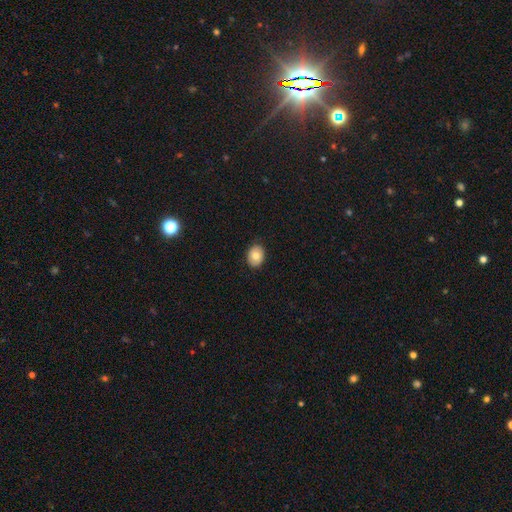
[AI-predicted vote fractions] Morphology: type=smooth (76%); roundness=in between (59%); merging=none (86%).